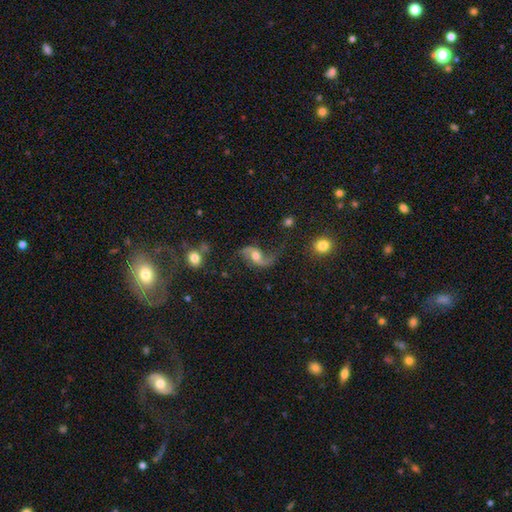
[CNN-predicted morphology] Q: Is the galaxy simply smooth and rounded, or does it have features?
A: featured or disk — 85%.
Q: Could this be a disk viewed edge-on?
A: no — 96%.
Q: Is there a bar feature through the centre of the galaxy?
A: no — 57%.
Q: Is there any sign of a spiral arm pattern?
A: yes — 96%.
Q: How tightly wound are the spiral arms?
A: loose — 85%.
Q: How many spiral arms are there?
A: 2 — 92%.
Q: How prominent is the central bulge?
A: moderate — 65%.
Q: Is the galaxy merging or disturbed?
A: none — 66%.